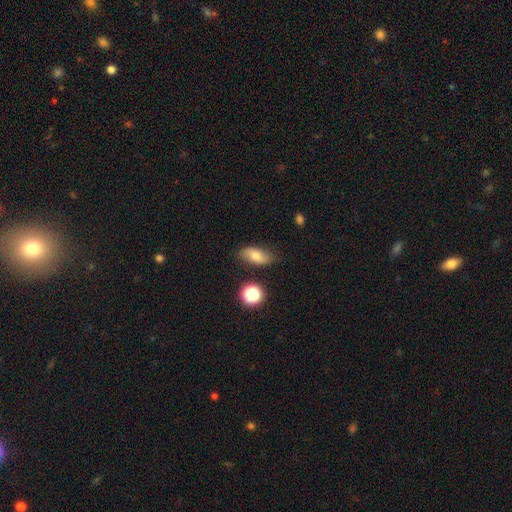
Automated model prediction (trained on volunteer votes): The model was most divided on "smooth or featured": smooth: 67%, featured or disk: 23%, star or artifact: 11%. More confident: how rounded — in between (85%); merging — none (79%).